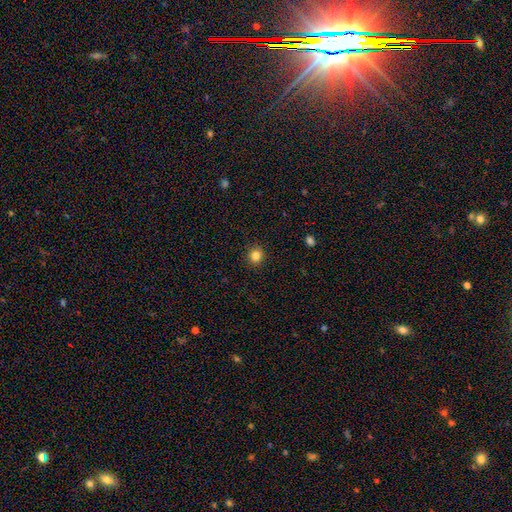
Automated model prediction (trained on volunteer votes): Smooth or featured? Predicted: smooth (p=0.83). How rounded? Predicted: round (p=0.87). Merging? Predicted: none (p=0.91).